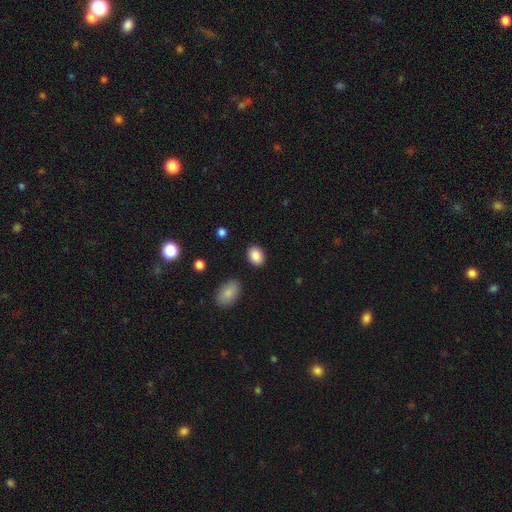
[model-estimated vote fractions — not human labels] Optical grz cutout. It shows a smooth galaxy with no disk features (88%) that is in between round and cigar-shaped (69%). Merging: none (88%).